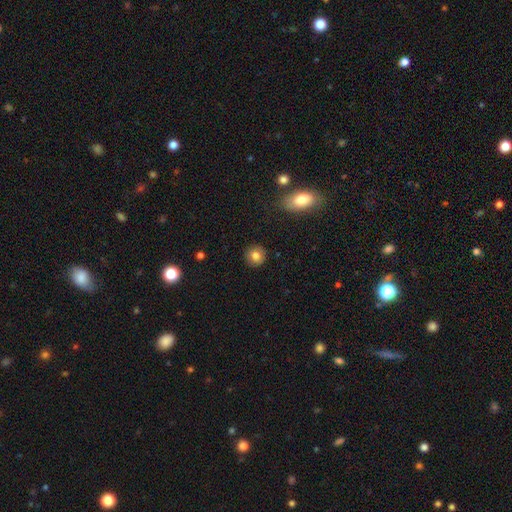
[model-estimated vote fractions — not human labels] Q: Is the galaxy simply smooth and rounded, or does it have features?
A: smooth — 82%.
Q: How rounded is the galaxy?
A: round — 91%.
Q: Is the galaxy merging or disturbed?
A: none — 90%.